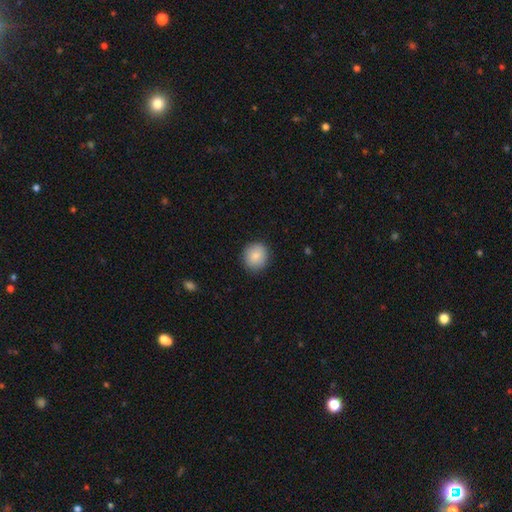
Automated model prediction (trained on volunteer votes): Overall: smooth (84%). How rounded: round (90%). Merging: none (88%).